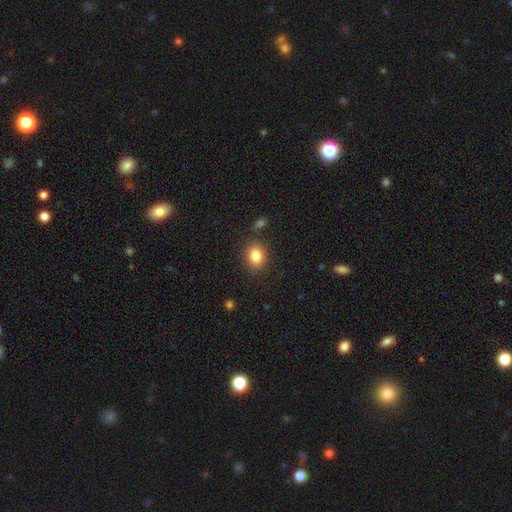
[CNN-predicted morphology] Smooth or featured? Predicted: smooth (p=0.84). How rounded? Predicted: round (p=0.54). Merging? Predicted: none (p=0.84).